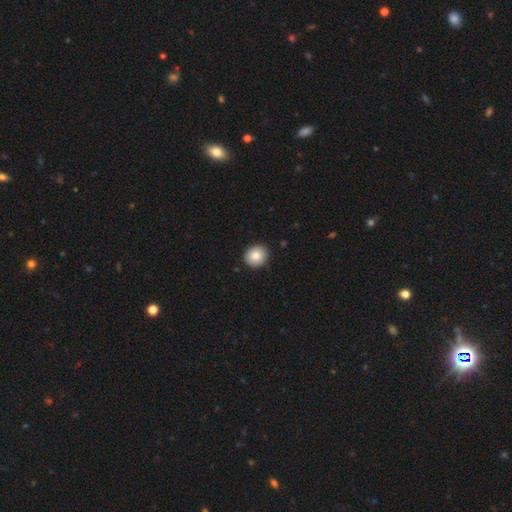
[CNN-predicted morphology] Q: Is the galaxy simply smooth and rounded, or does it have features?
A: smooth — 85%.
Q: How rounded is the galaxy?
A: round — 78%.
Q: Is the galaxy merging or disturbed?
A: none — 90%.